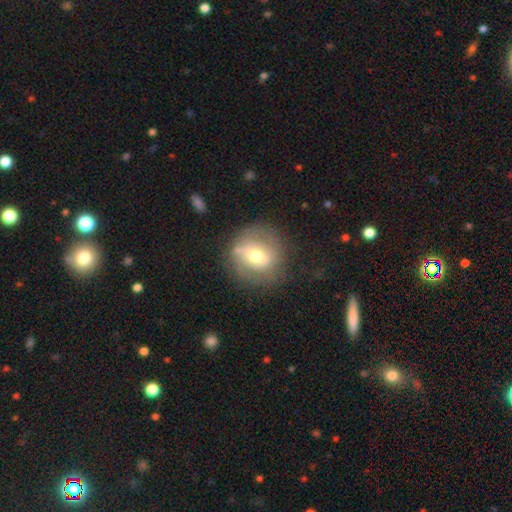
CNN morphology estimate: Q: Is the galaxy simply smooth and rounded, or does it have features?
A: featured or disk — 47%.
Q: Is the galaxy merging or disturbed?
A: none — 70%.